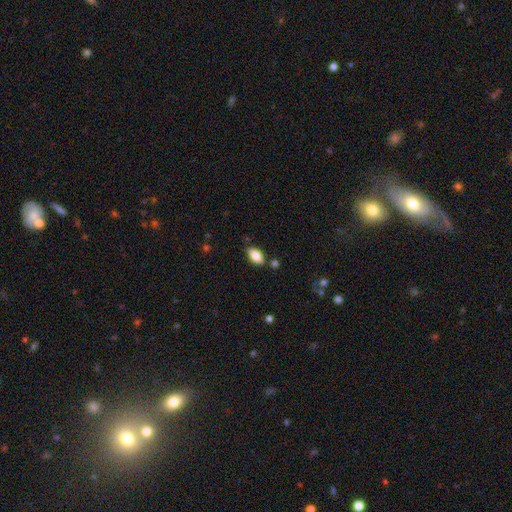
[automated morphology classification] smooth_or_featured: smooth (p=0.84) [alt: featured or disk p=0.08]
how_rounded: in between (p=0.92) [alt: round p=0.04]
merging: none (p=0.80) [alt: minor disturbance p=0.13]